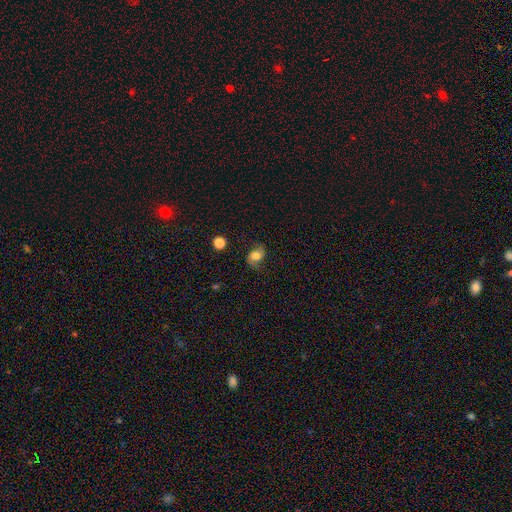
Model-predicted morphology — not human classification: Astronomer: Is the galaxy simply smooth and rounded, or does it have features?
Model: smooth — 50% (runner-up: featured or disk, 40%).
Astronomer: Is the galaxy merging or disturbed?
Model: none — 71%.